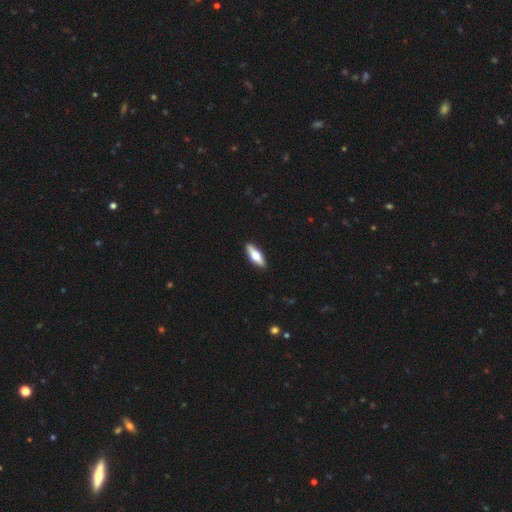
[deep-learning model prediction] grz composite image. It shows a smooth galaxy with no disk features (56%) that is in between round and cigar-shaped (55%). Merging: none (91%).